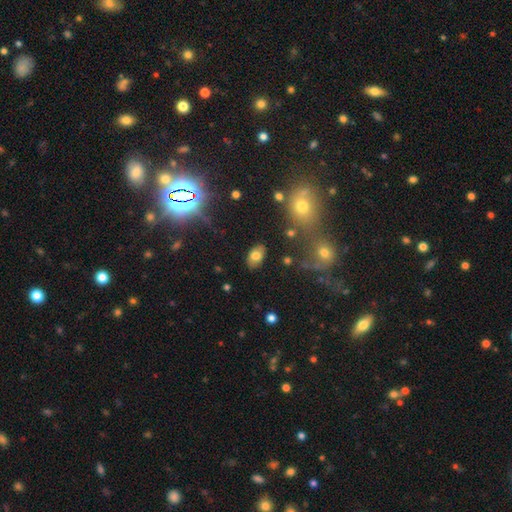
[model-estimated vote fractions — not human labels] Morphology: type=smooth (75%); roundness=in between (89%); merging=none (85%).